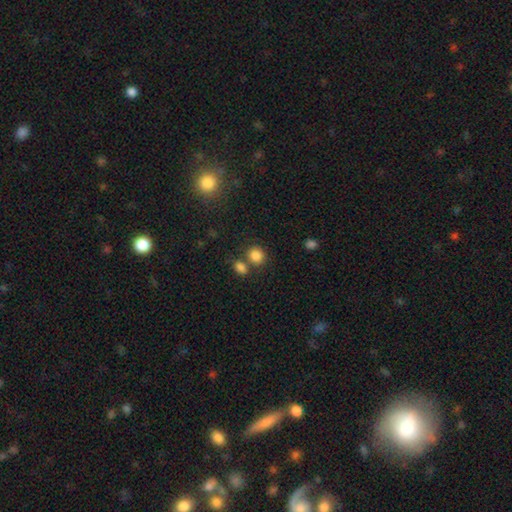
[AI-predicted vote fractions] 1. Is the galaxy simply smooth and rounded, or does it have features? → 84% smooth, 11% star or artifact, 5% featured or disk.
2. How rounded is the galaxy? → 75% round, 24% in between, 1% cigar-shaped.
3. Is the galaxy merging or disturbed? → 62% none, 24% merger, 10% minor disturbance, 4% major disturbance.